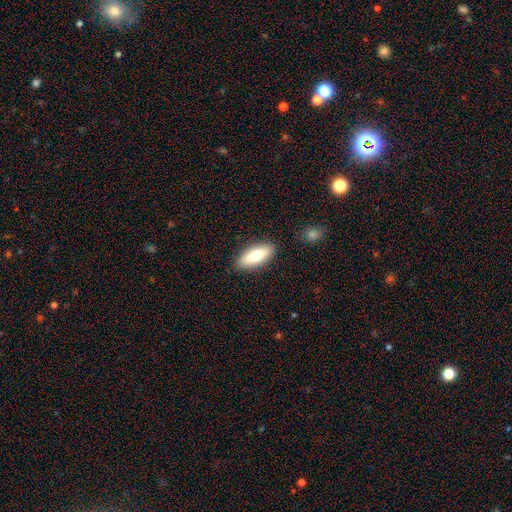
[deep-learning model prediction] smooth_or_featured: smooth (p=0.71) [alt: featured or disk p=0.23]
how_rounded: in between (p=0.76) [alt: cigar-shaped p=0.21]
merging: none (p=0.88) [alt: minor disturbance p=0.08]